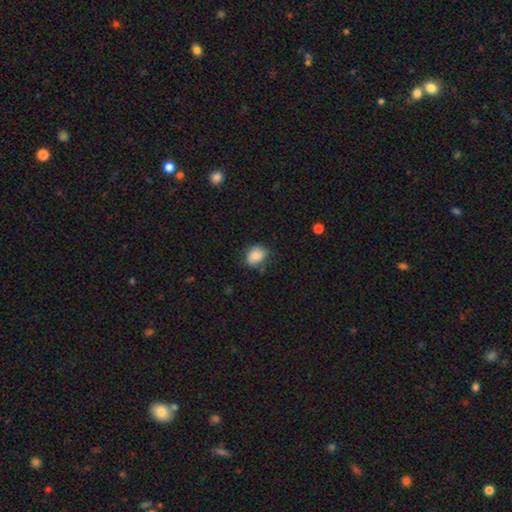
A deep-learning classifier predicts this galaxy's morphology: Smooth or featured? Predicted: smooth (p=0.84). How rounded? Predicted: in between (p=0.54). Merging? Predicted: none (p=0.70).